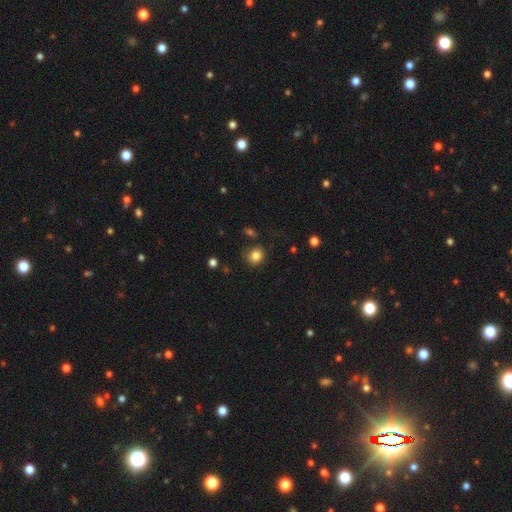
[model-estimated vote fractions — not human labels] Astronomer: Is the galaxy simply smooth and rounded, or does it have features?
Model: smooth — 83%.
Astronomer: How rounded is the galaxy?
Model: round — 77%.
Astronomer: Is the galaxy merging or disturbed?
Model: none — 77%.